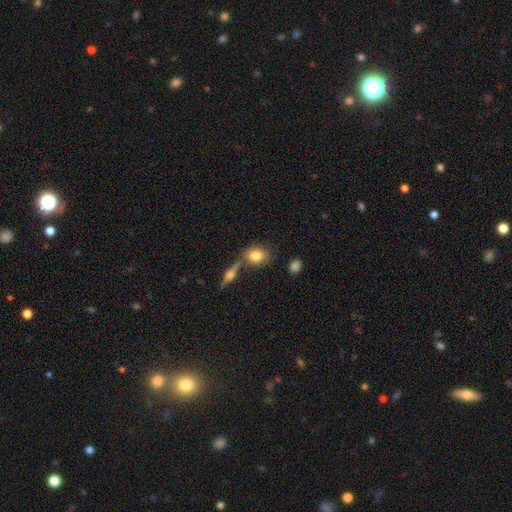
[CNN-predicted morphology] A smooth galaxy with no disk features (79%) that is in between round and cigar-shaped (54%). Merging: none (57%).